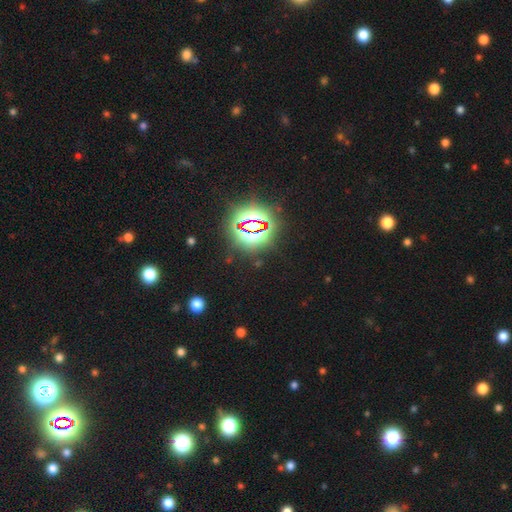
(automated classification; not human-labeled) Q: Smooth or featured?
A: star or artifact (82%); runner-up: smooth (11%)